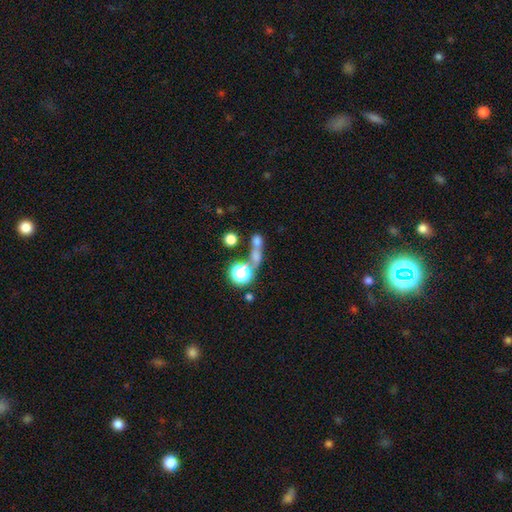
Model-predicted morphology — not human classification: Smooth or featured? Predicted: smooth (p=0.56). How rounded? Predicted: round (p=0.55). Merging? Predicted: merger (p=0.47).